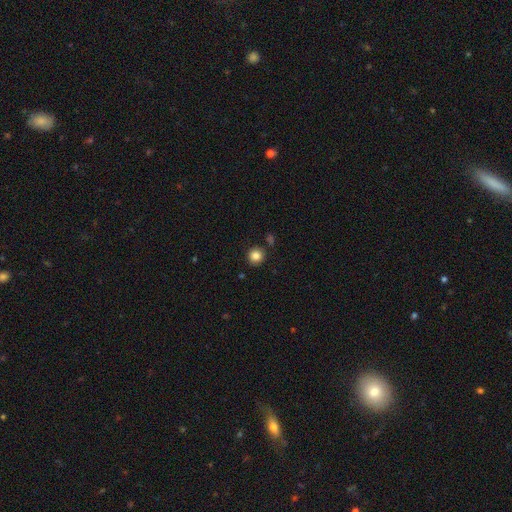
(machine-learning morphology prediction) smooth-or-featured: smooth: 85% | star or artifact: 11% | featured or disk: 4%
  how-rounded: round: 93% | in between: 6% | cigar-shaped: 1%
  merging: none: 88% | minor disturbance: 7% | merger: 3% | major disturbance: 2%